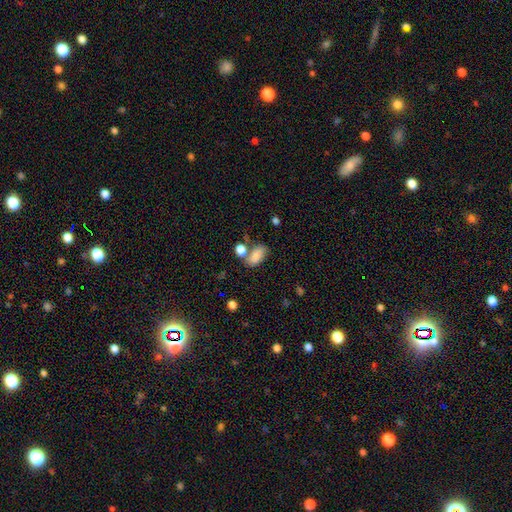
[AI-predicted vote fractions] Smooth or featured? Predicted: smooth (p=0.79). How rounded? Predicted: in between (p=0.89). Merging? Predicted: none (p=0.44).